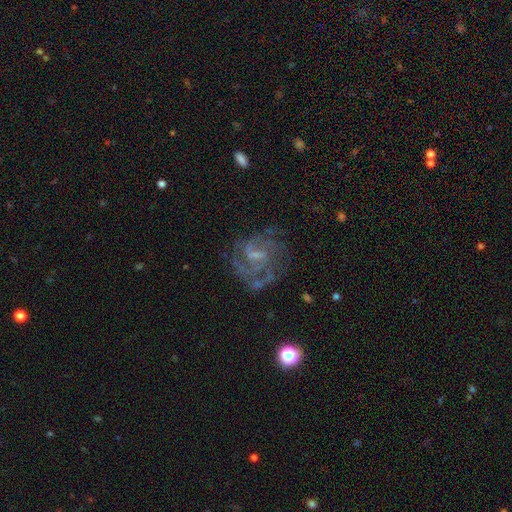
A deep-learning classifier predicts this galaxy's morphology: Overall: featured or disk (81%). Edge-on disk: no (98%). Bar: weak (54%; no 28%). Spiral arms: yes (90%). Spiral arm count: can't tell (28%; 2 26%). Spiral winding: medium (47%; tight 39%). Bulge size: small (45%; none 29%). Merging: none (61%).